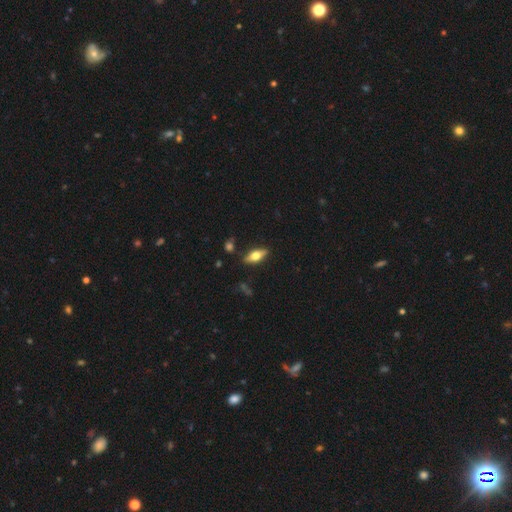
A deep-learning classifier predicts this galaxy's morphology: The model was most divided on "smooth or featured": smooth: 53%, featured or disk: 40%, star or artifact: 7%. More confident: merging — none (84%); how rounded — in between (70%).